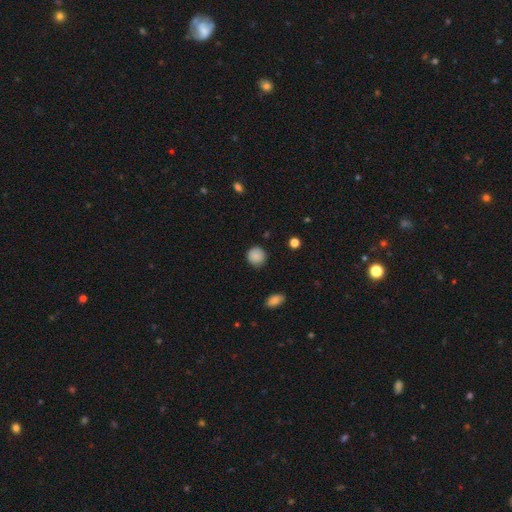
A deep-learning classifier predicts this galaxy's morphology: Smooth or featured? Predicted: smooth (p=0.87). How rounded? Predicted: round (p=0.91). Merging? Predicted: none (p=0.87).